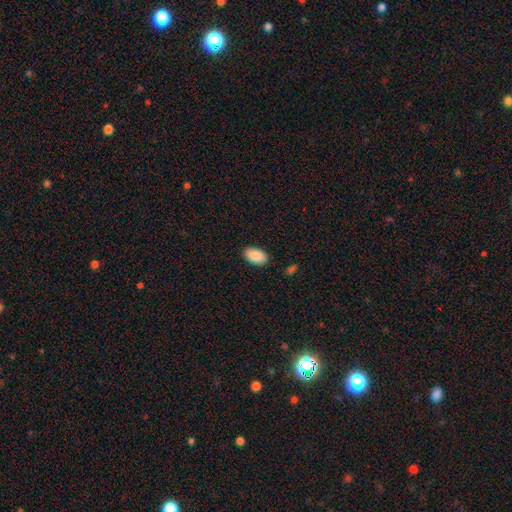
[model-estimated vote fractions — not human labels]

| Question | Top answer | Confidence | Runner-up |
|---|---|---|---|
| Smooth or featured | smooth | 89% | star or artifact (6%) |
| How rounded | in between | 94% | round (5%) |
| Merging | none | 88% | minor disturbance (9%) |